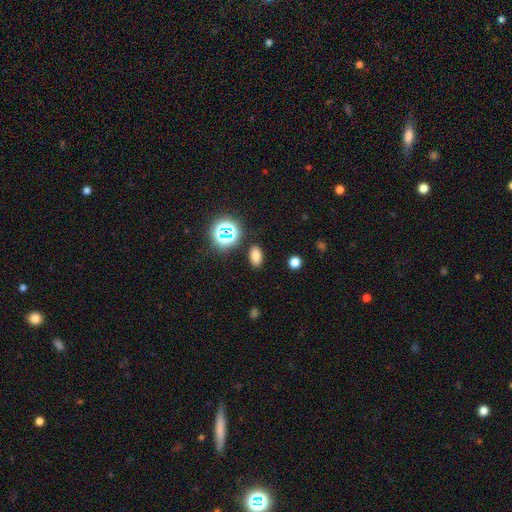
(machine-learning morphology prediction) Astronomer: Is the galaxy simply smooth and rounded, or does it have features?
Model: smooth — 74%.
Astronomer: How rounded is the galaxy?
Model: in between — 87%.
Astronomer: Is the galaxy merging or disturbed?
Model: none — 87%.